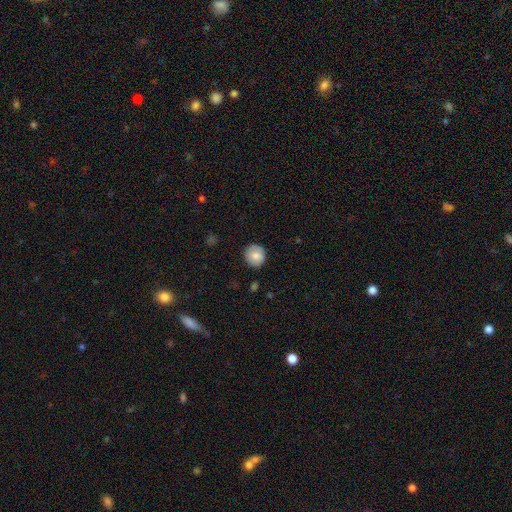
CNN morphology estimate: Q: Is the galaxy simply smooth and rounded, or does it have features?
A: smooth — 80%.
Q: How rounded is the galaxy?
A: round — 88%.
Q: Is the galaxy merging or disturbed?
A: none — 84%.